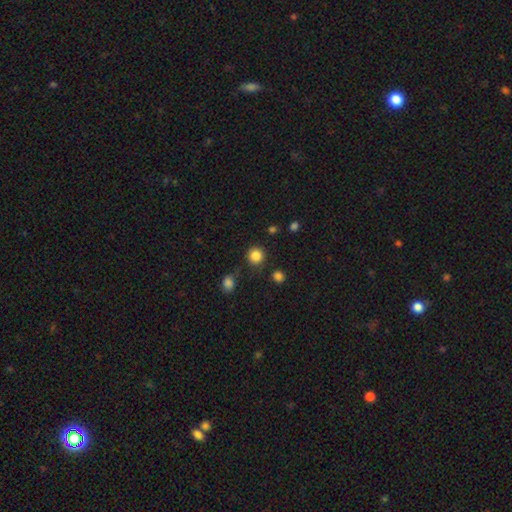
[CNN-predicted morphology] Smooth or featured?
  - smooth: 84% *
  - star or artifact: 12%
  - featured or disk: 4%
How rounded?
  - round: 93% *
  - in between: 6%
  - cigar-shaped: 1%
Merging?
  - none: 85% *
  - minor disturbance: 8%
  - merger: 4%
  - major disturbance: 3%